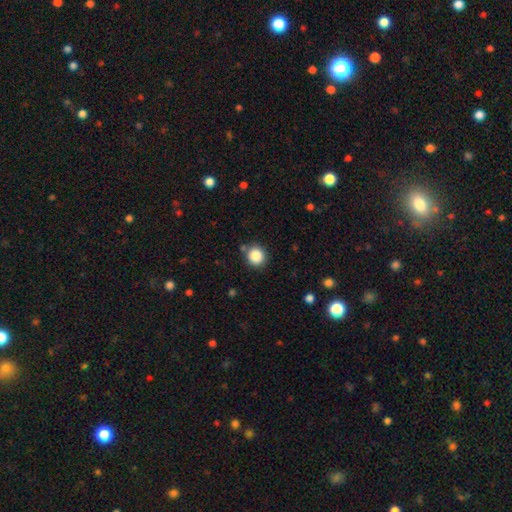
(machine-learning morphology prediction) This is clearly a smooth galaxy (86%). How rounded: clearly round (90%). Merging: clearly none (84%).